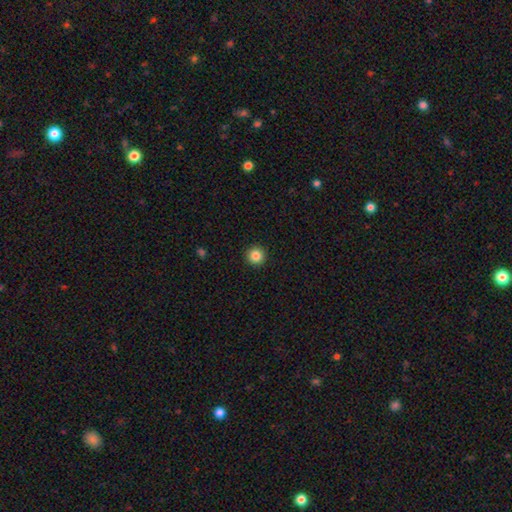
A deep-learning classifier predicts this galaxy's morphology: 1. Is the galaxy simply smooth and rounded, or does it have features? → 85% smooth, 10% star or artifact, 4% featured or disk.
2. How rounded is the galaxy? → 96% round, 3% in between, 1% cigar-shaped.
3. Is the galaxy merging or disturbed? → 94% none, 4% minor disturbance, 1% major disturbance, 1% merger.